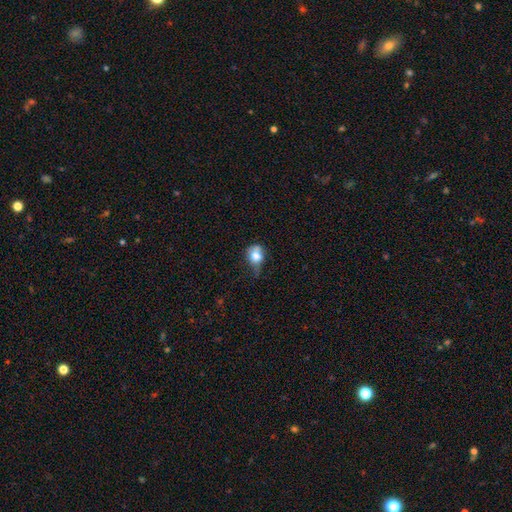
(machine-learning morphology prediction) smooth-or-featured: smooth: 70% | featured or disk: 19% | star or artifact: 11%
  how-rounded: round: 54% | in between: 44% | cigar-shaped: 2%
  merging: minor disturbance: 34% | none: 28% | major disturbance: 28% | merger: 9%